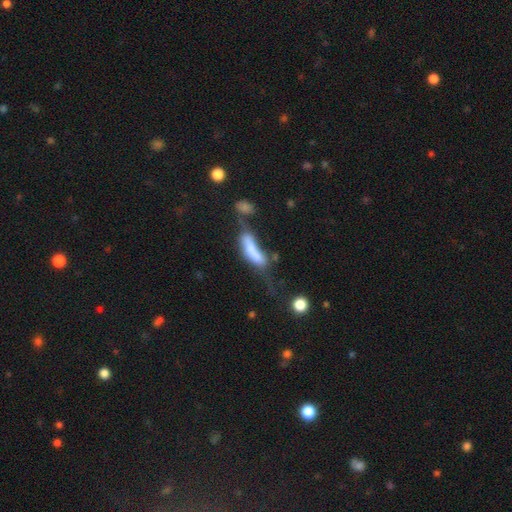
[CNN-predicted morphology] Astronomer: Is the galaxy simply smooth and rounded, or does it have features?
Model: smooth — 64%.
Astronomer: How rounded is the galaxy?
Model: cigar-shaped — 58% (runner-up: in between, 40%).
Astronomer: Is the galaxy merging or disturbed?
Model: merger — 34% (runner-up: major disturbance, 29%).